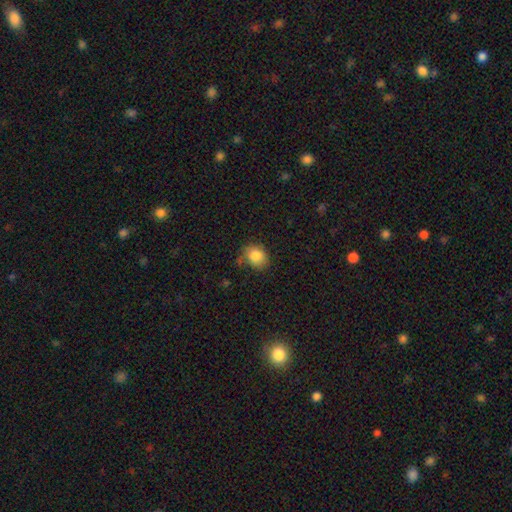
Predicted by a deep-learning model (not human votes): smooth 85%, star or artifact 9%, featured or disk 6%. Down the decision tree: how rounded — round (58%); merging — none (65%).